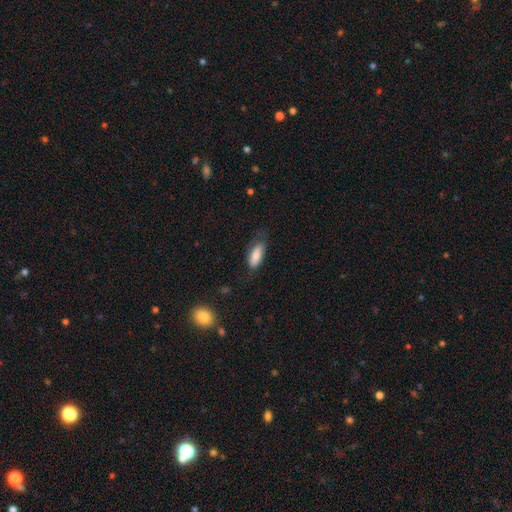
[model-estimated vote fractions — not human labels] smooth_or_featured: smooth (p=0.80) [alt: featured or disk p=0.14]
how_rounded: in between (p=0.75) [alt: cigar-shaped p=0.23]
merging: none (p=0.58) [alt: minor disturbance p=0.29]